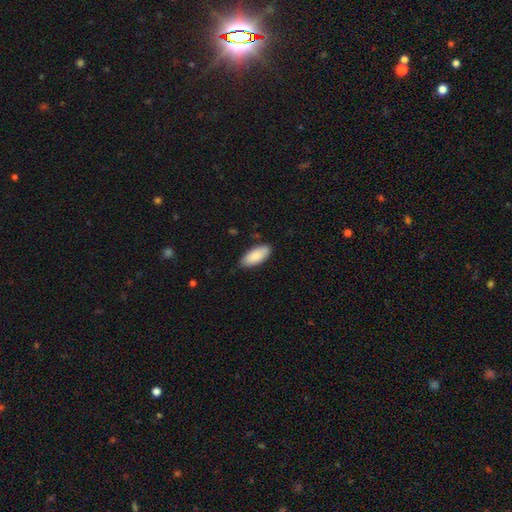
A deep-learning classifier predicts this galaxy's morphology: A smooth galaxy with no disk features (87%) that is in between round and cigar-shaped (88%). Merging: none (83%).